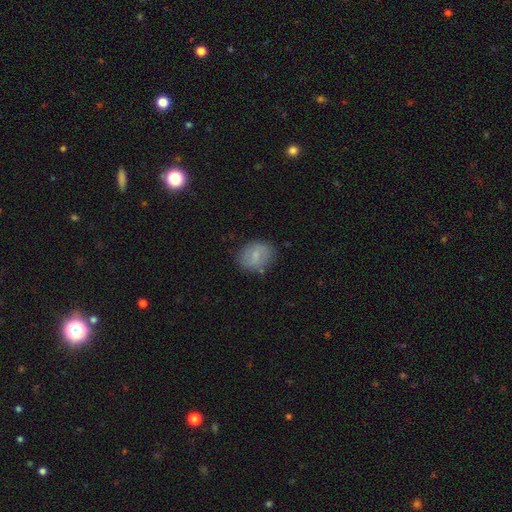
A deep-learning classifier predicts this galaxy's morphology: smooth_or_featured: smooth (p=0.66) [alt: featured or disk p=0.26]
how_rounded: in between (p=0.52) [alt: round p=0.46]
merging: none (p=0.79) [alt: minor disturbance p=0.15]